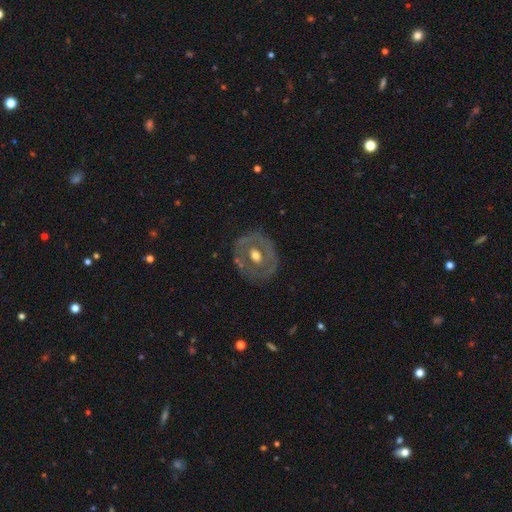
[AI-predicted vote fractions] A featured or disk galaxy (60%) with no bar (77%), no spiral arms (83%) and a moderate central bulge (74%).

Vote fractions:
- Smooth or featured? featured or disk: 60% / smooth: 34% / star or artifact: 6%
- Edge-on disk? no: 95% / yes: 5%
- Bar? no: 77% / weak: 17% / strong: 6%
- Spiral arms? no: 83% / yes: 17%
- Bulge size? moderate: 74% / large: 14% / small: 9% / none: 1% / dominant: 1%
- Merging? none: 76% / minor disturbance: 16% / major disturbance: 6% / merger: 2%